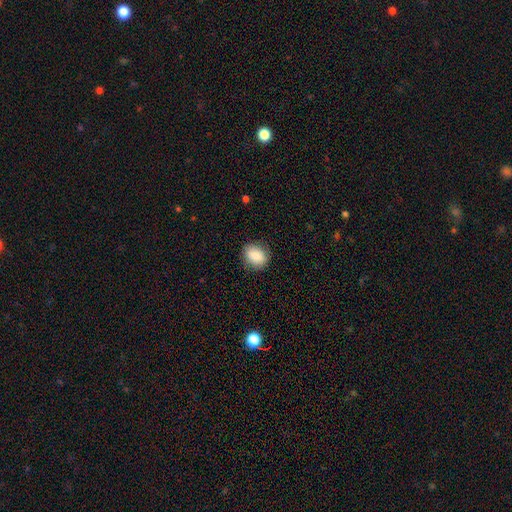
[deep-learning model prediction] smooth 83%, featured or disk 9%, star or artifact 8%. Down the decision tree: how rounded — round (53%); merging — none (84%).